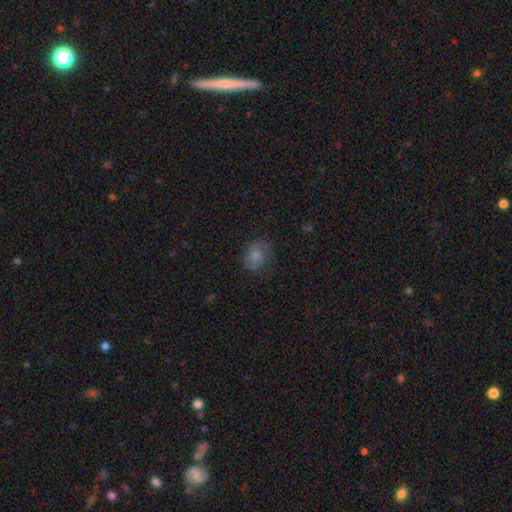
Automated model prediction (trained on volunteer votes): A smooth galaxy with no disk features (67%) that is round (50%). Merging: none (69%).